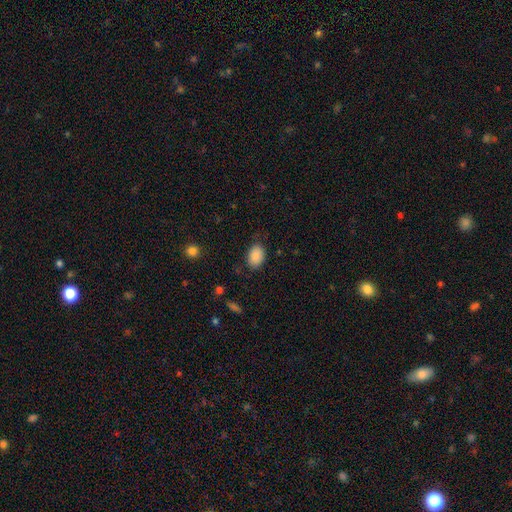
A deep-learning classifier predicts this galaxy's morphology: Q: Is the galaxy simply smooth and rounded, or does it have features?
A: smooth — 88%.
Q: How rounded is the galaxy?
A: in between — 81%.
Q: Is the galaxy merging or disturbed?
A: none — 79%.